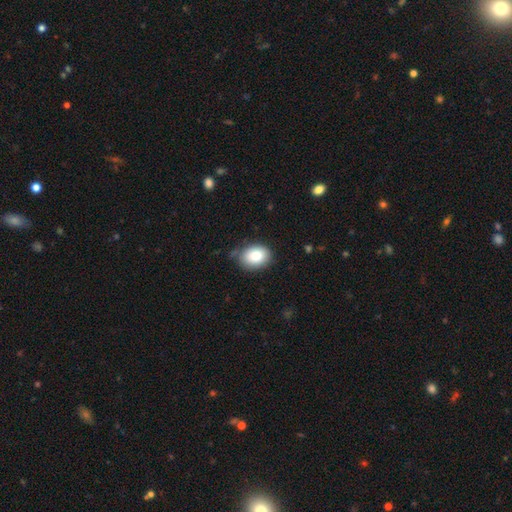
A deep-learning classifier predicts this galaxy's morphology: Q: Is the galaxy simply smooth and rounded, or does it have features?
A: smooth — 83%.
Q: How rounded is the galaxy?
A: in between — 67%.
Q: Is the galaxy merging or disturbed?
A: none — 74%.